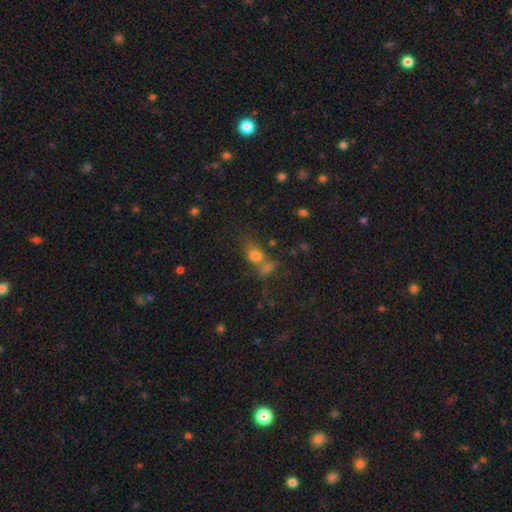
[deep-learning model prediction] A smooth galaxy with no disk features (70%) that is in between round and cigar-shaped (60%).

Vote fractions:
- Smooth or featured? smooth: 70% / star or artifact: 18% / featured or disk: 12%
- How rounded? in between: 60% / round: 36% / cigar-shaped: 4%
- Merging? merger: 46% / none: 35% / minor disturbance: 11% / major disturbance: 8%